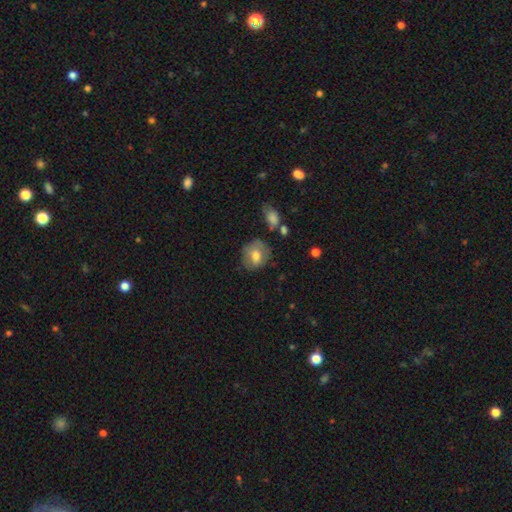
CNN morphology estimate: A smooth galaxy with no disk features (72%) that is round (71%). Merging: none (67%).